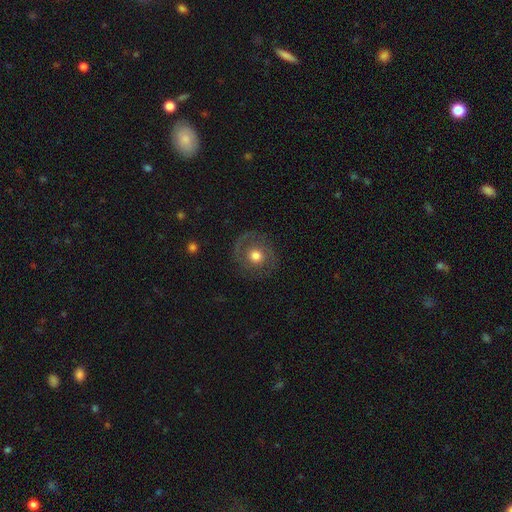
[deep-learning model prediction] Smooth or featured?
  - featured or disk: 56% *
  - smooth: 35%
  - star or artifact: 9%
Edge-on disk?
  - no: 97% *
  - yes: 3%
Bar?
  - no: 81% *
  - weak: 15%
  - strong: 4%
Spiral arms?
  - yes: 69% *
  - no: 31%
Bulge size?
  - moderate: 64% *
  - large: 26%
  - small: 6%
  - dominant: 2%
  - none: 1%
Merging?
  - none: 79% *
  - minor disturbance: 12%
  - major disturbance: 7%
  - merger: 1%